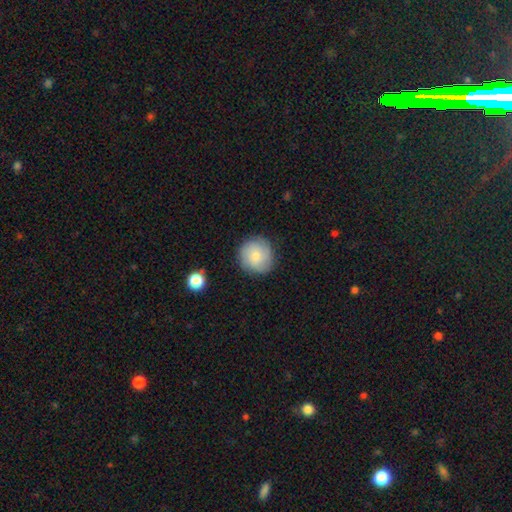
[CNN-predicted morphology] type=smooth (68%); roundness=round (92%); merging=none (85%).